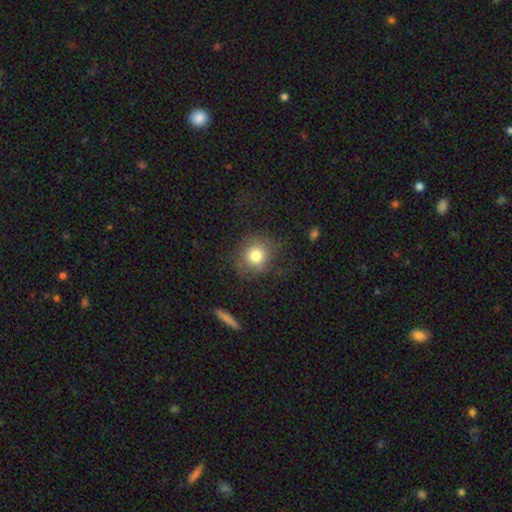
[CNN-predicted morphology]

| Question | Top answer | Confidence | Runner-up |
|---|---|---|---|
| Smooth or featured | smooth | 78% | featured or disk (12%) |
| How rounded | round | 85% | in between (14%) |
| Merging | none | 69% | minor disturbance (18%) |